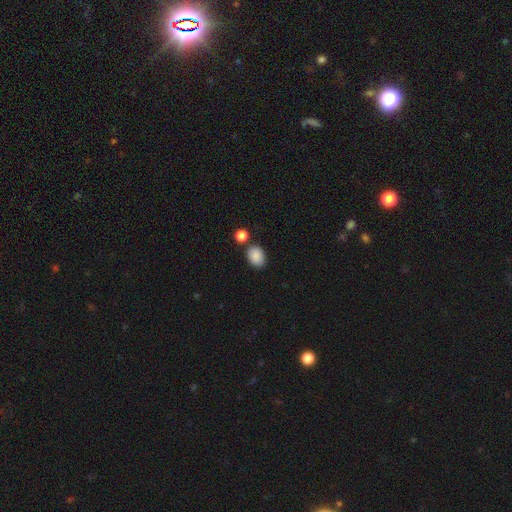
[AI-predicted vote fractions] The model was most divided on "how rounded": in between: 74%, round: 25%, cigar-shaped: 1%. More confident: smooth or featured — smooth (88%); merging — none (73%).